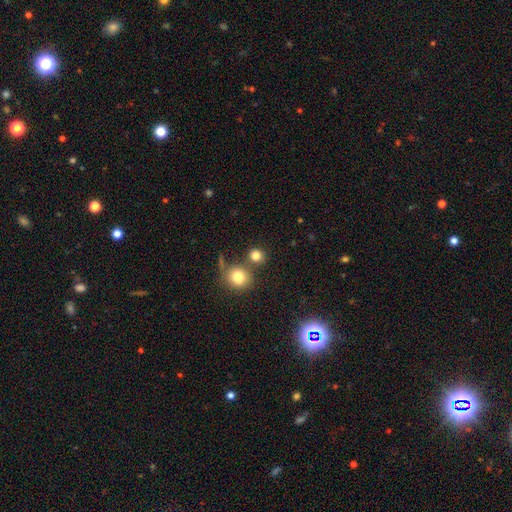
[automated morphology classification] Q: Smooth or featured?
A: smooth (80%); runner-up: star or artifact (12%)
Q: How rounded?
A: round (85%); runner-up: in between (14%)
Q: Merging?
A: none (66%); runner-up: merger (22%)